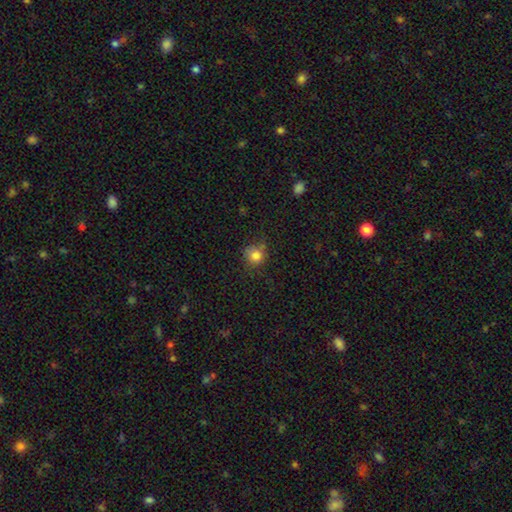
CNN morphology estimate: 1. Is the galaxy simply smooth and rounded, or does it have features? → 81% smooth, 12% star or artifact, 6% featured or disk.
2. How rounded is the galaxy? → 86% round, 13% in between, 1% cigar-shaped.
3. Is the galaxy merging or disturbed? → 70% none, 20% minor disturbance, 6% major disturbance, 5% merger.